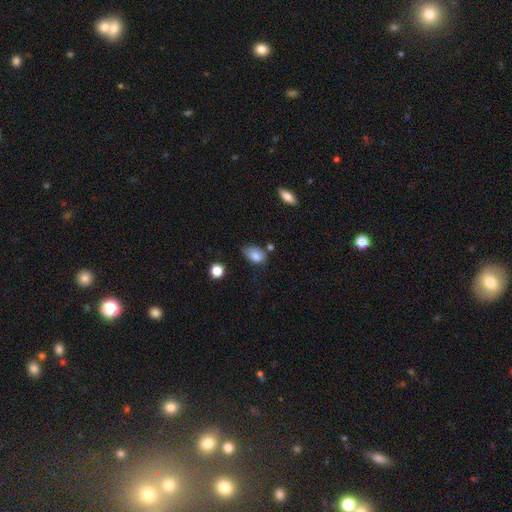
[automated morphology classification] The model was most divided on "merging": none: 44%, minor disturbance: 38%, major disturbance: 11%, merger: 6%. More confident: smooth or featured — smooth (83%); how rounded — in between (82%).